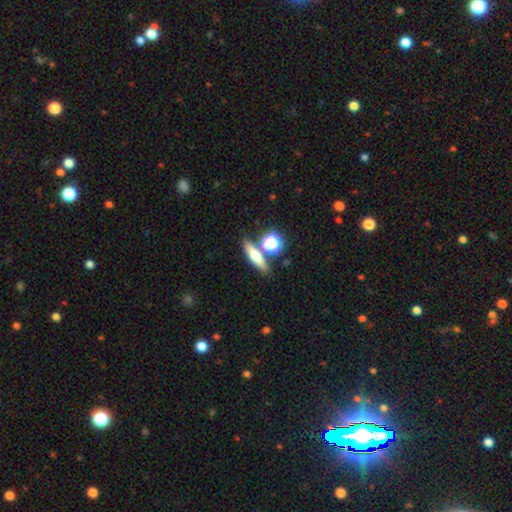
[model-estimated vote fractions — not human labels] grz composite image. It shows a smooth galaxy with no disk features (52%) that is cigar-shaped (51%). Merging: none (72%).